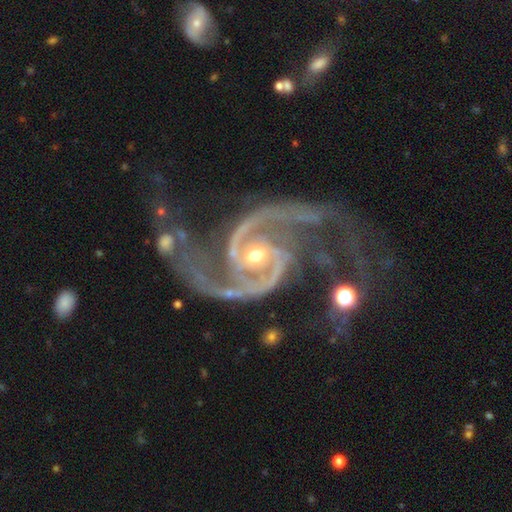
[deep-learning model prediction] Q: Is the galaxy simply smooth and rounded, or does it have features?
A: featured or disk — 94%.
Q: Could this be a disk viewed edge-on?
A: no — 98%.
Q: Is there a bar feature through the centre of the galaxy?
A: no — 42%.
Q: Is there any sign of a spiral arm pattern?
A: yes — 99%.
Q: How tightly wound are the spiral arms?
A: medium — 53%.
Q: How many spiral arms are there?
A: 2 — 90%.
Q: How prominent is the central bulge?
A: moderate — 58%.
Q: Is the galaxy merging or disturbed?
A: none — 48%.